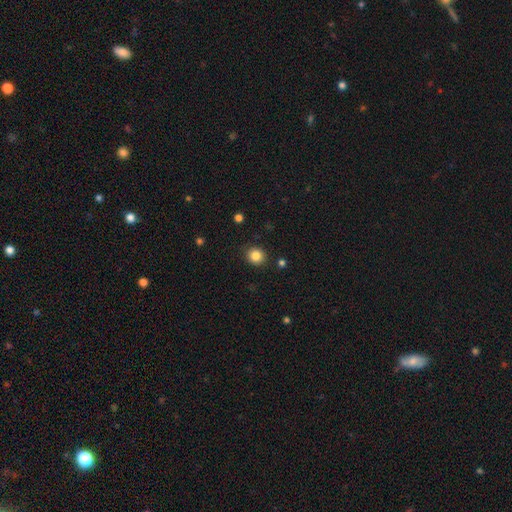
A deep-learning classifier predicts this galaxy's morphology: Smooth or featured? smooth (84%)
How rounded? round (84%)
Merging? none (89%)